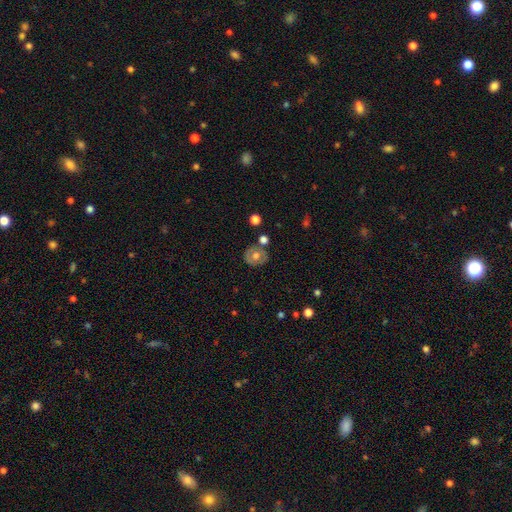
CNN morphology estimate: Smooth or featured? smooth (52%)
How rounded? round (77%)
Merging? none (72%)